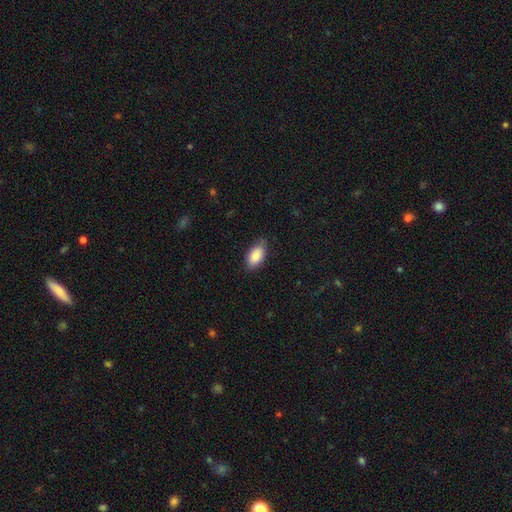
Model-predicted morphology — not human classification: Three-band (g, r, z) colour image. It shows a smooth galaxy with no disk features (87%) that is in between round and cigar-shaped (93%). Merging: none (76%).